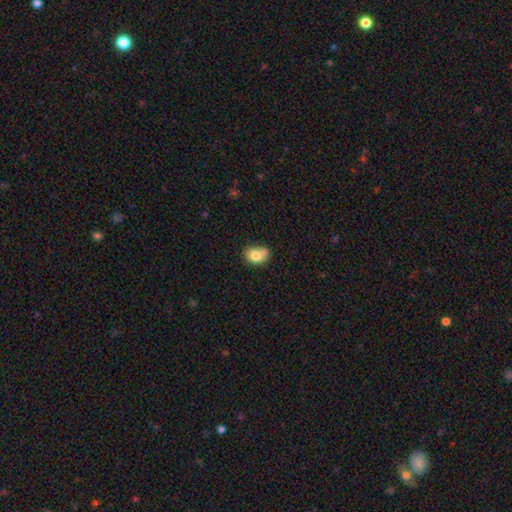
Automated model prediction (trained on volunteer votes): This is likely a smooth galaxy (76%). How rounded: possibly in between (60%). Merging: possibly none (48%).